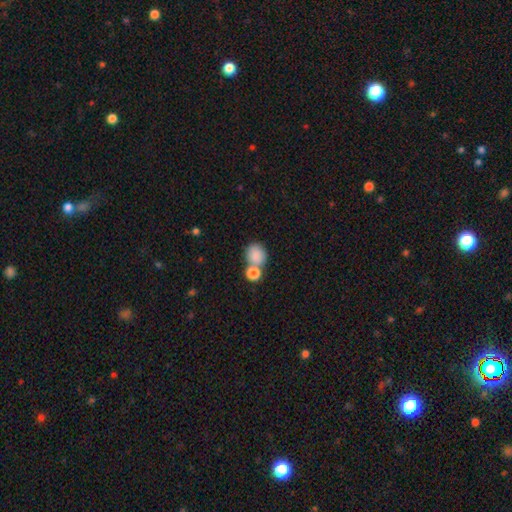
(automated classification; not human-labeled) smooth_or_featured: smooth (p=0.84) [alt: star or artifact p=0.09]
how_rounded: round (p=0.71) [alt: in between p=0.28]
merging: none (p=0.50) [alt: merger p=0.36]